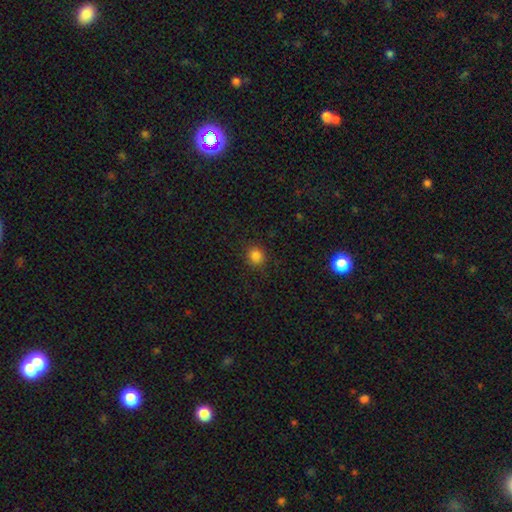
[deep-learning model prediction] This appears to be a smooth galaxy with no disk features (84%) that is round (85%). Merging: none (88%).